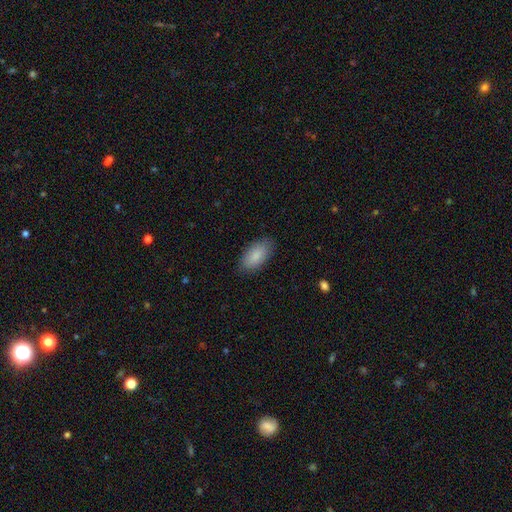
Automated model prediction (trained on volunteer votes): Smooth or featured?
  - smooth: 87% *
  - featured or disk: 7%
  - star or artifact: 6%
How rounded?
  - in between: 93% *
  - cigar-shaped: 4%
  - round: 3%
Merging?
  - none: 85% *
  - minor disturbance: 11%
  - major disturbance: 3%
  - merger: 1%